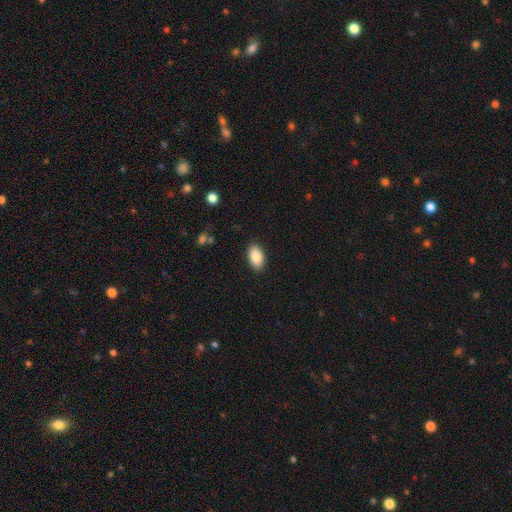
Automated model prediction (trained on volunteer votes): Morphology: type=smooth (88%); roundness=in between (94%); merging=none (88%).